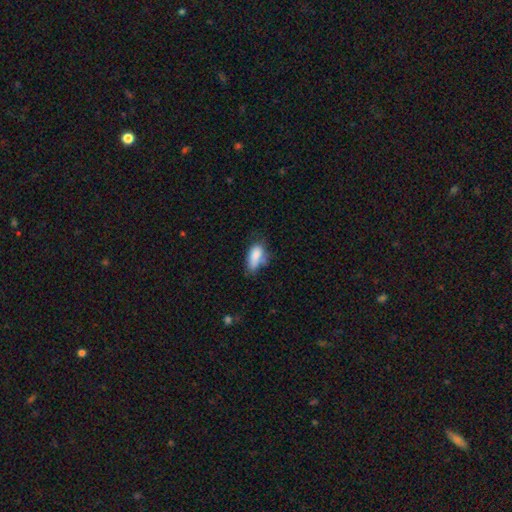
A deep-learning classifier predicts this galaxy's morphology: A smooth galaxy with no disk features (82%) that is in between round and cigar-shaped (84%).

Vote fractions:
- Smooth or featured? smooth: 82% / featured or disk: 10% / star or artifact: 8%
- How rounded? in between: 84% / cigar-shaped: 12% / round: 4%
- Merging? none: 42% / minor disturbance: 34% / major disturbance: 14% / merger: 10%